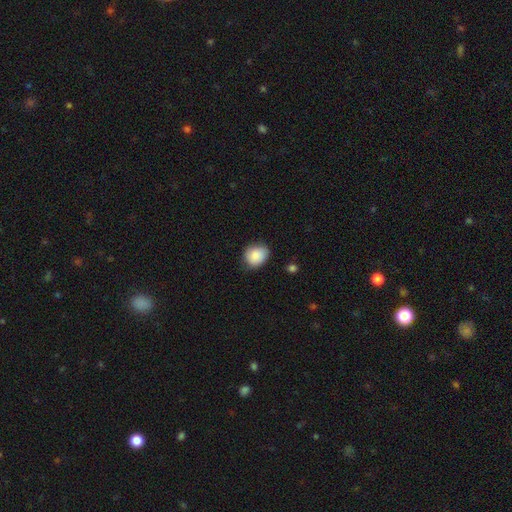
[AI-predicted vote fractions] Smooth or featured? Predicted: smooth (p=0.87). How rounded? Predicted: round (p=0.67). Merging? Predicted: none (p=0.75).